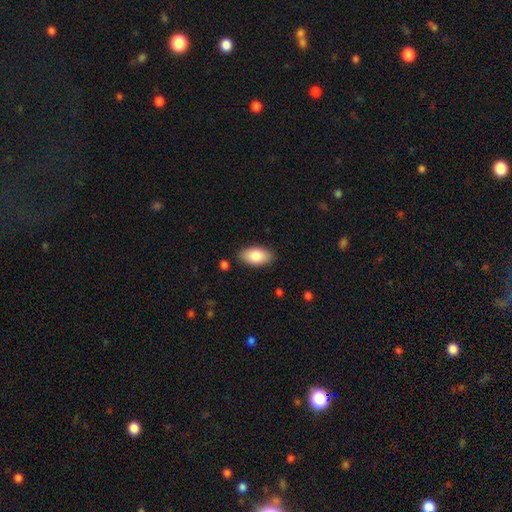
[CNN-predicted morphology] smooth-or-featured: smooth: 84% | featured or disk: 10% | star or artifact: 6%
  how-rounded: in between: 94% | cigar-shaped: 3% | round: 3%
  merging: none: 87% | minor disturbance: 10% | major disturbance: 2% | merger: 2%